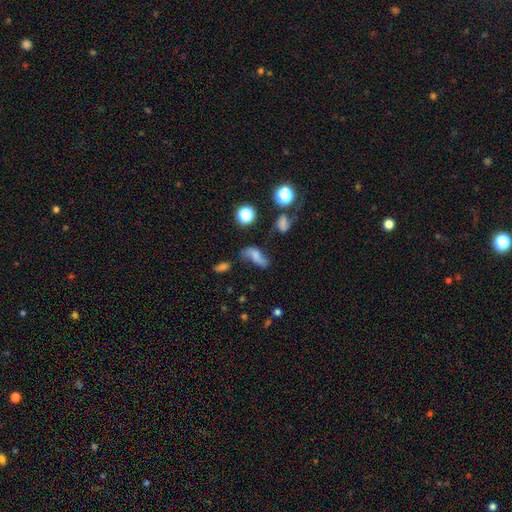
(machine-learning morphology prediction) This appears to be a smooth galaxy with no disk features (52%) that is in between round and cigar-shaped (77%). Merging: none (39%).